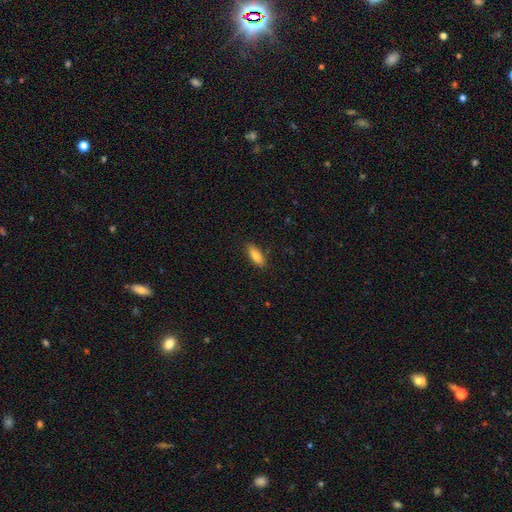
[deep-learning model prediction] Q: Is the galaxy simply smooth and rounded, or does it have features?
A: smooth — 84%.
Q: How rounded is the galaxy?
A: in between — 73%.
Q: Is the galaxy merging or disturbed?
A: none — 85%.